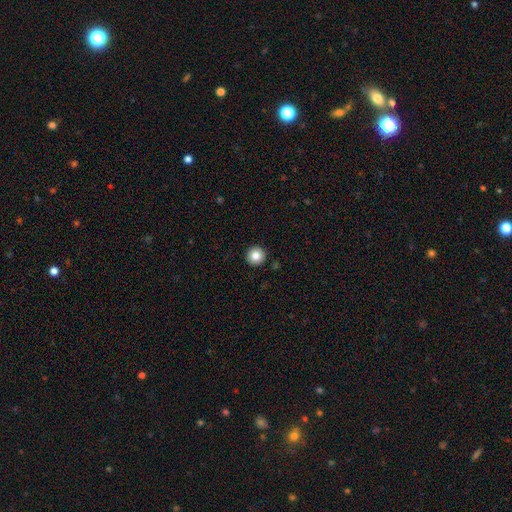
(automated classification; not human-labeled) Smooth or featured: smooth — 84% (star or artifact — 10%)
How rounded: round — 96% (in between — 3%)
Merging: none — 93% (minor disturbance — 4%)